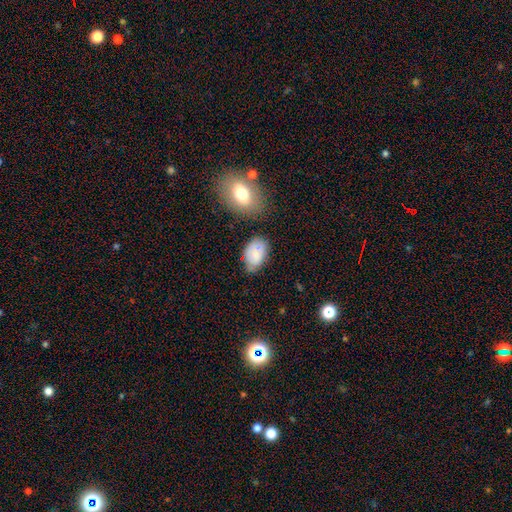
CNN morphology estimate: The model was most divided on "merging": none: 64%, minor disturbance: 25%, major disturbance: 6%, merger: 5%. More confident: how rounded — in between (91%); smooth or featured — smooth (78%).